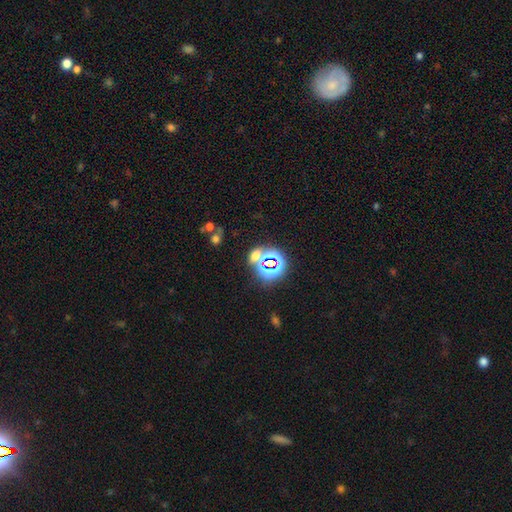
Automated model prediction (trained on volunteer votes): smooth_or_featured: star or artifact (p=0.54) [alt: smooth p=0.36]